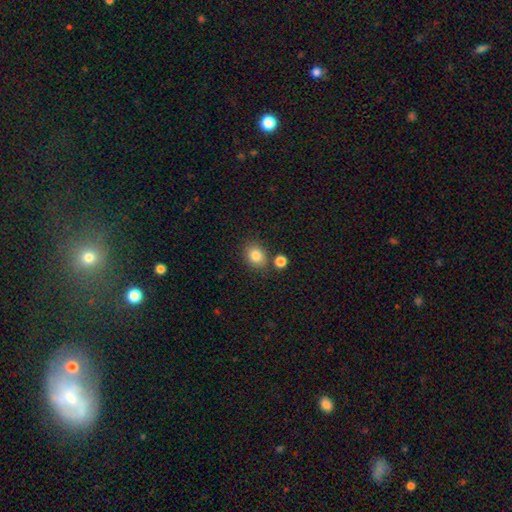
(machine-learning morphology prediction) A smooth galaxy with no disk features (83%) that is round (55%). Merging: none (77%).